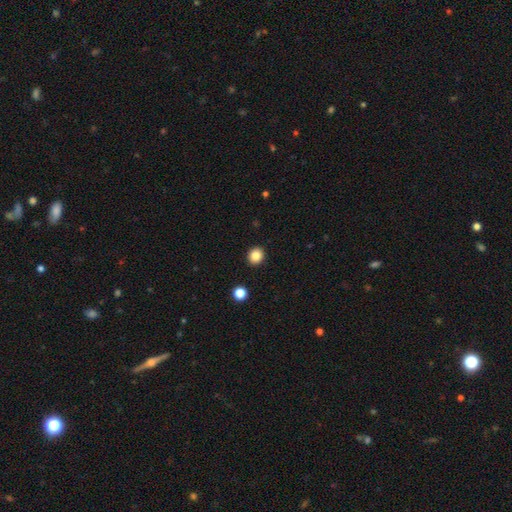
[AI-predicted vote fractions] Smooth or featured?
  - smooth: 85% *
  - star or artifact: 10%
  - featured or disk: 5%
How rounded?
  - round: 81% *
  - in between: 19%
  - cigar-shaped: 1%
Merging?
  - none: 92% *
  - minor disturbance: 5%
  - major disturbance: 2%
  - merger: 1%